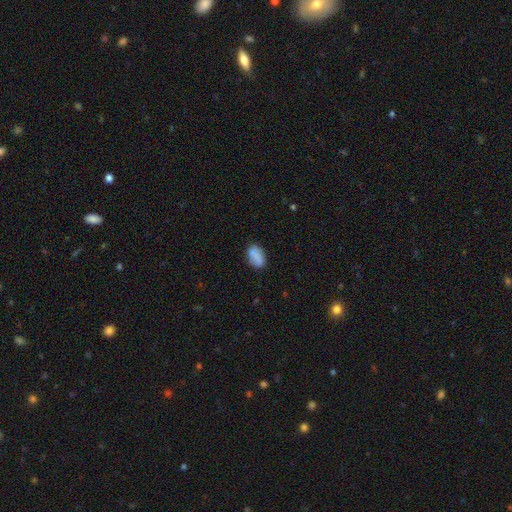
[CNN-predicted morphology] Smooth or featured? smooth (81%)
How rounded? in between (88%)
Merging? none (77%)